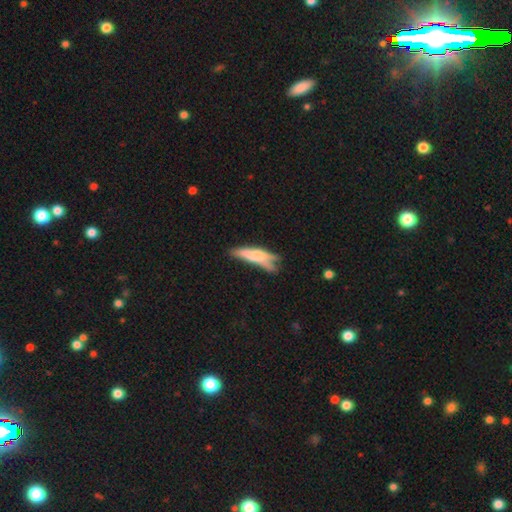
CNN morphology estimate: smooth-or-featured: smooth: 56% | featured or disk: 36% | star or artifact: 8%
  how-rounded: cigar-shaped: 73% | in between: 25% | round: 2%
  merging: none: 41% | minor disturbance: 26% | major disturbance: 21% | merger: 12%